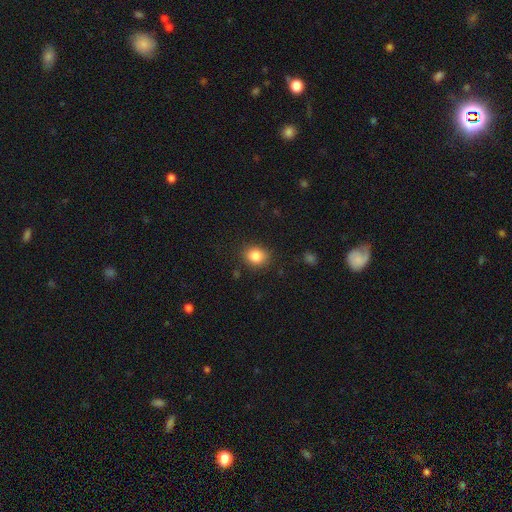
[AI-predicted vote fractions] Smooth or featured? Predicted: smooth (p=0.84). How rounded? Predicted: round (p=0.64). Merging? Predicted: none (p=0.85).